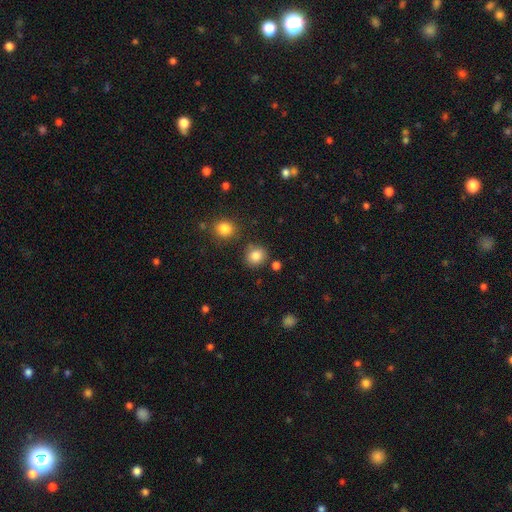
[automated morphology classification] Smooth or featured: smooth — 84% (star or artifact — 10%)
How rounded: round — 83% (in between — 16%)
Merging: none — 80% (minor disturbance — 11%)